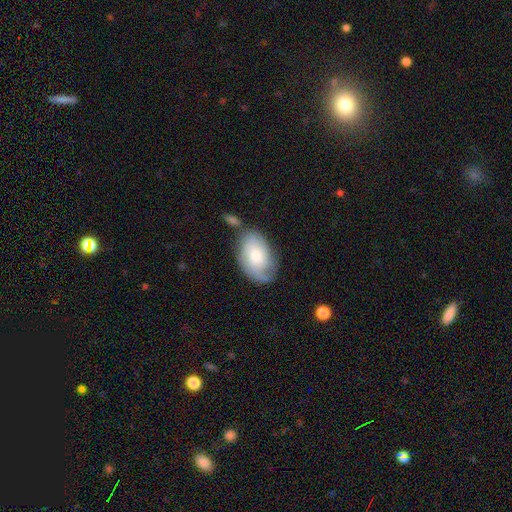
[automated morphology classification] The model was most divided on "smooth or featured": smooth: 56%, featured or disk: 37%, star or artifact: 6%. More confident: how rounded — in between (89%); merging — none (54%).